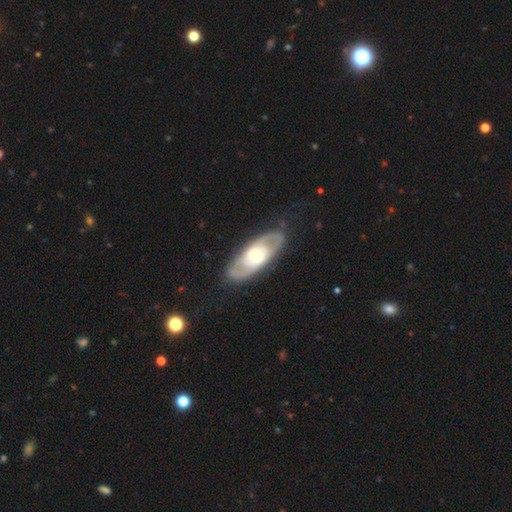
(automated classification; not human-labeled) Smooth or featured?
  - featured or disk: 69% *
  - smooth: 27%
  - star or artifact: 4%
Edge-on disk?
  - no: 85% *
  - yes: 15%
Bar?
  - no: 72% *
  - weak: 21%
  - strong: 7%
Spiral arms?
  - no: 51% *
  - yes: 49%
Bulge size?
  - moderate: 68% *
  - large: 20%
  - small: 10%
  - dominant: 1%
  - none: 1%
Merging?
  - none: 82% *
  - minor disturbance: 12%
  - major disturbance: 4%
  - merger: 1%